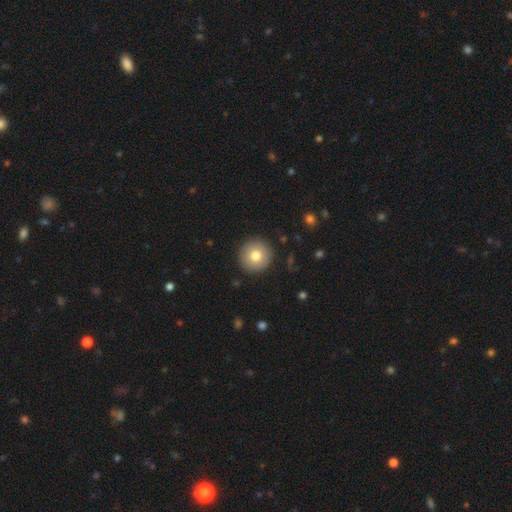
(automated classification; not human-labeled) A smooth galaxy with no disk features (77%) that is round (96%).

Vote fractions:
- Smooth or featured? smooth: 77% / featured or disk: 14% / star or artifact: 9%
- How rounded? round: 96% / in between: 3% / cigar-shaped: 1%
- Merging? none: 92% / minor disturbance: 5% / major disturbance: 2% / merger: 1%